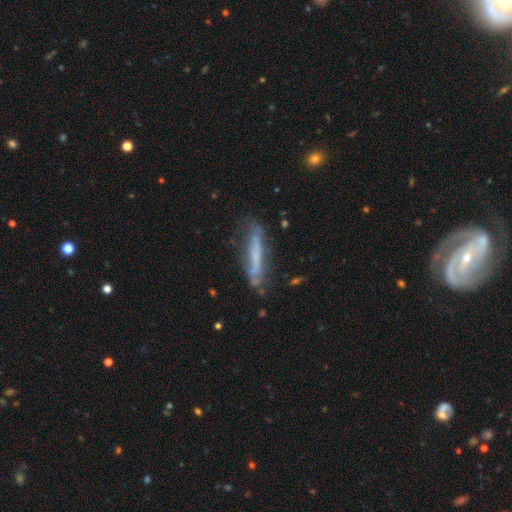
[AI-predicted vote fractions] A featured or disk galaxy (50%).

Vote fractions:
- Smooth or featured? featured or disk: 50% / smooth: 42% / star or artifact: 9%
- Merging? none: 57% / minor disturbance: 27% / major disturbance: 12% / merger: 4%